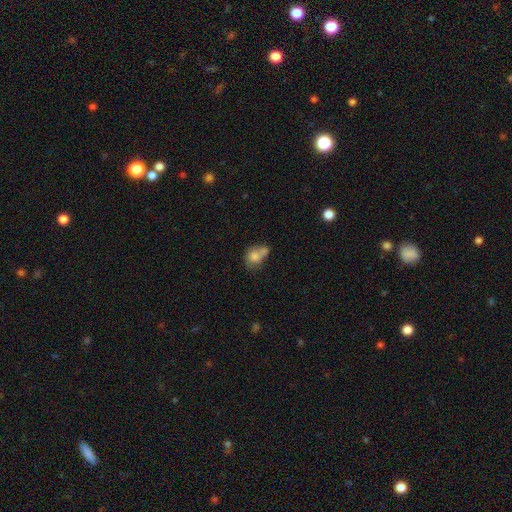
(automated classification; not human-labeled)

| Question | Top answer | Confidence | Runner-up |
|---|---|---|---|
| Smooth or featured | smooth | 74% | featured or disk (17%) |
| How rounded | in between | 51% | round (48%) |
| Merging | merger | 50% | none (25%) |